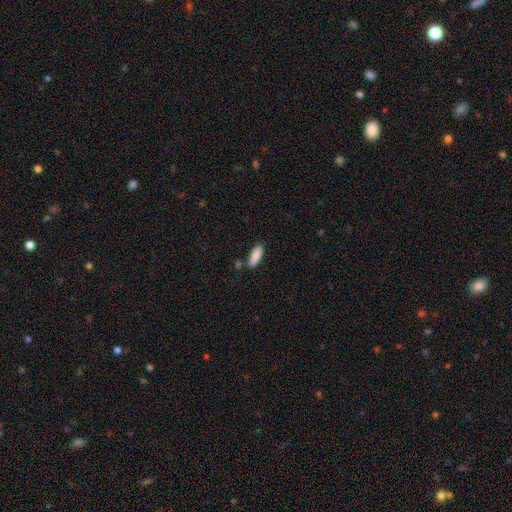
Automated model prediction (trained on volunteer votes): smooth-or-featured: smooth: 88% | star or artifact: 6% | featured or disk: 6%
  how-rounded: in between: 59% | cigar-shaped: 39% | round: 2%
  merging: none: 79% | minor disturbance: 13% | merger: 5% | major disturbance: 3%